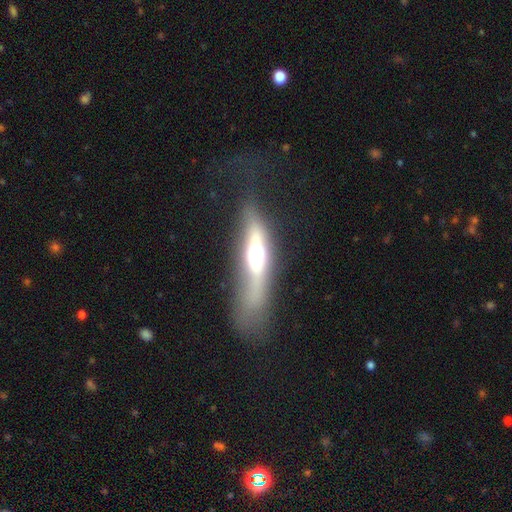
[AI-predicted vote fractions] A featured or disk galaxy (55%) viewed edge-on (76%). Merging: none (59%).